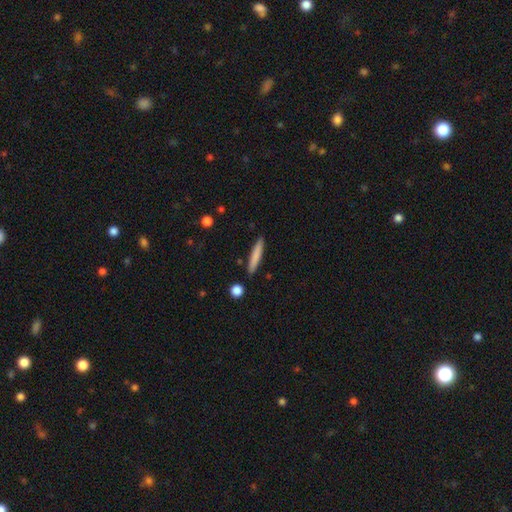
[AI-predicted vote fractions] smooth 78%, featured or disk 16%, star or artifact 6%. Down the decision tree: how rounded — cigar-shaped (93%); merging — none (89%).